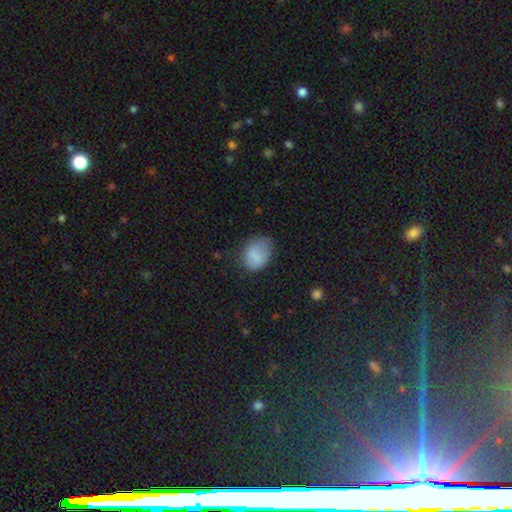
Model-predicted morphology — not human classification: Smooth or featured: smooth — 78% (featured or disk — 14%)
How rounded: in between — 61% (round — 38%)
Merging: none — 58% (minor disturbance — 29%)